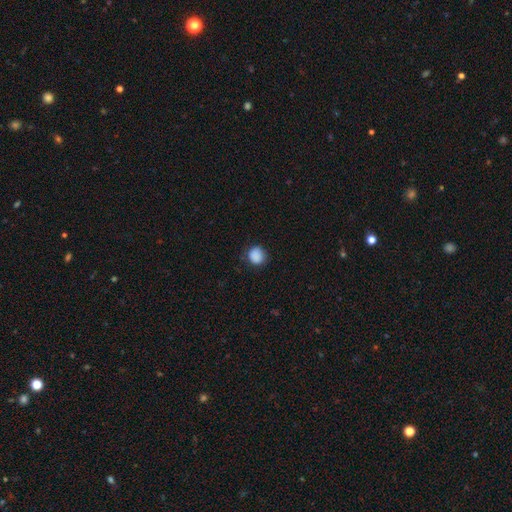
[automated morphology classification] type=smooth (88%); roundness=round (85%); merging=none (80%).